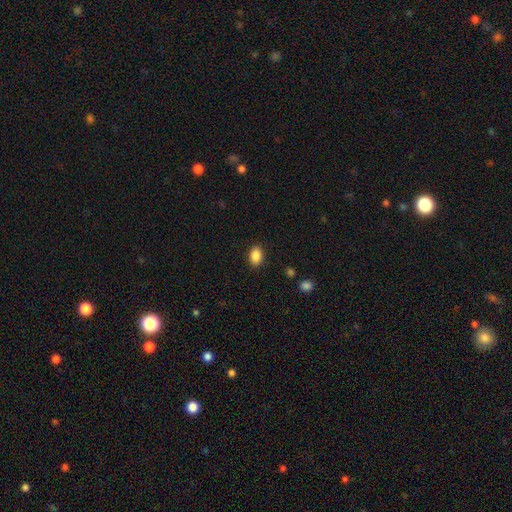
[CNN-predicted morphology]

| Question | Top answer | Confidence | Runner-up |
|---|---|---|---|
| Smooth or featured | smooth | 88% | star or artifact (8%) |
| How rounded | in between | 78% | round (21%) |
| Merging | none | 89% | minor disturbance (8%) |